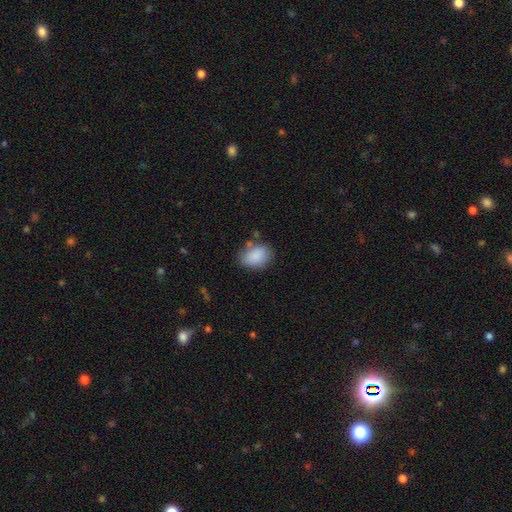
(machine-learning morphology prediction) The model was most divided on "merging": none: 72%, minor disturbance: 19%, merger: 5%, major disturbance: 5%. More confident: smooth or featured — smooth (88%); how rounded — in between (80%).